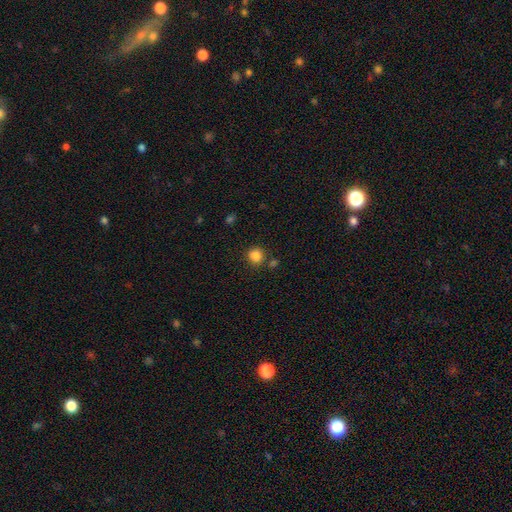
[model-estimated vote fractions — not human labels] A smooth galaxy with no disk features (85%) that is round (82%). Merging: none (78%).